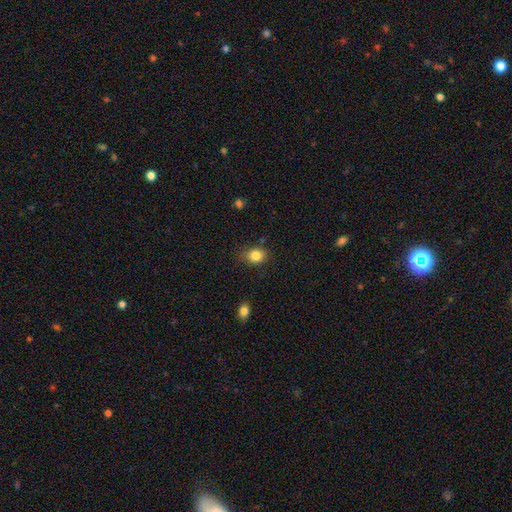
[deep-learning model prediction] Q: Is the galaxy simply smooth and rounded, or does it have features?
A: smooth — 85%.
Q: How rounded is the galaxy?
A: round — 52%.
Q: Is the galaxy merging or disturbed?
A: none — 75%.